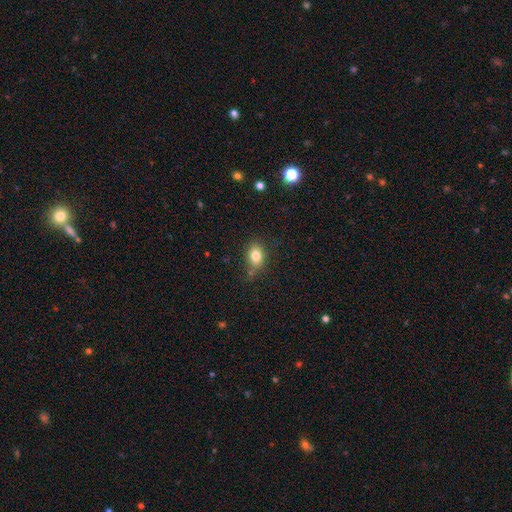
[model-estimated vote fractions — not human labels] Q: Smooth or featured?
A: smooth (81%); runner-up: star or artifact (10%)
Q: How rounded?
A: in between (71%); runner-up: round (28%)
Q: Merging?
A: none (72%); runner-up: minor disturbance (19%)